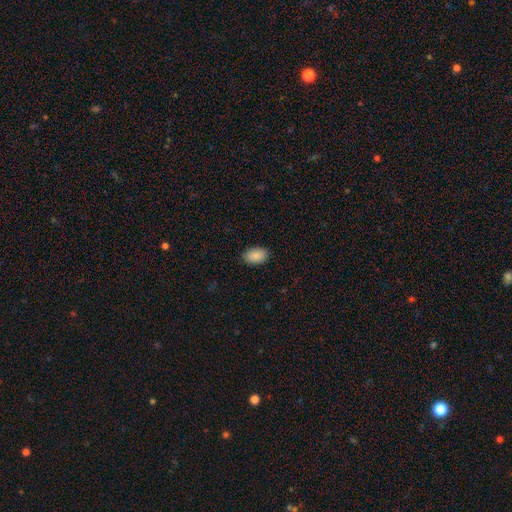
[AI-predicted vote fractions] The model was most divided on "merging": none: 87%, minor disturbance: 10%, major disturbance: 2%, merger: 1%. More confident: how rounded — in between (92%); smooth or featured — smooth (89%).